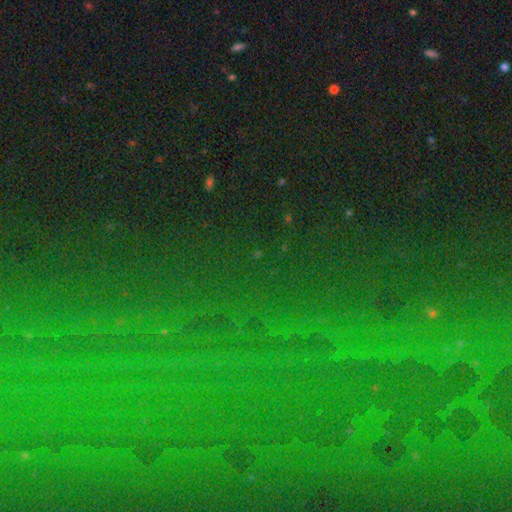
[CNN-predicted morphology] This is clearly a star or artifact rather than a galaxy (84%).